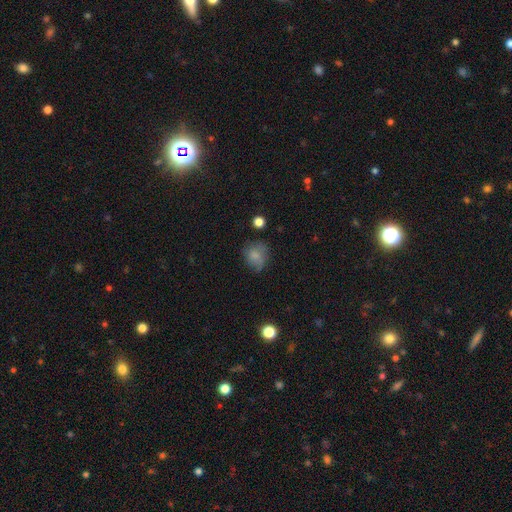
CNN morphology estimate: This appears to be a smooth galaxy with no disk features (77%) that is round (71%). Merging: none (56%).